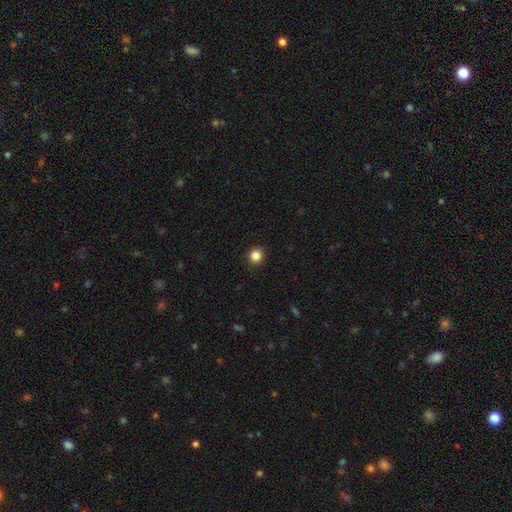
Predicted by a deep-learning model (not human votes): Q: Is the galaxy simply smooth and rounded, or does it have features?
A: smooth — 85%.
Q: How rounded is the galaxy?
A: round — 92%.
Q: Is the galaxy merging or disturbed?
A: none — 92%.